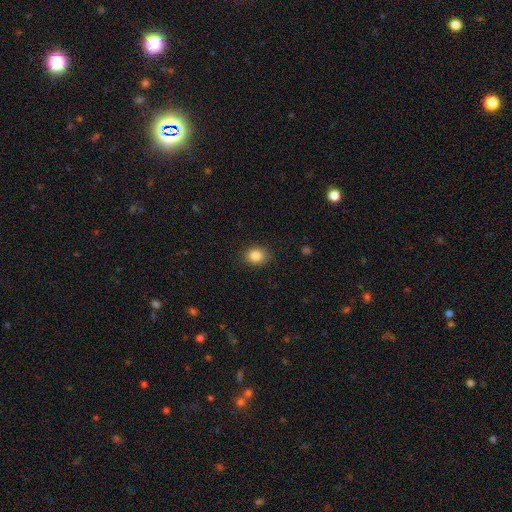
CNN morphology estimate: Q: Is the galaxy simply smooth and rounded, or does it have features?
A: smooth — 84%.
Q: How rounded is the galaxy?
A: round — 51%.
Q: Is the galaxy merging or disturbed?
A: none — 86%.